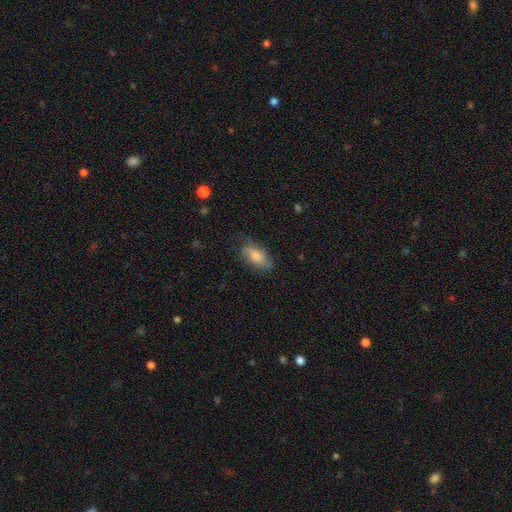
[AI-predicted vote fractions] Overall: smooth (64%; featured or disk 27%). How rounded: in between (83%). Merging: none (70%).